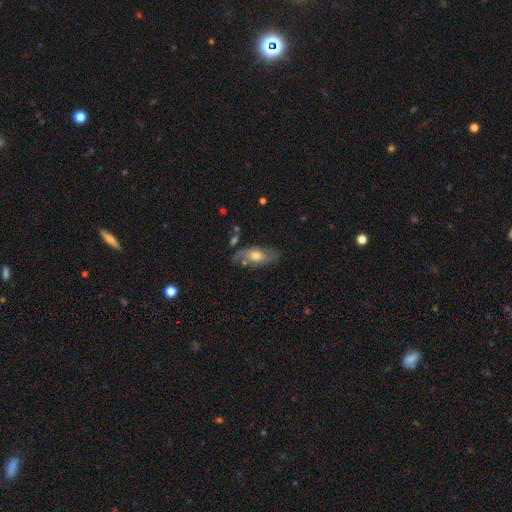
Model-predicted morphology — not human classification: Smooth or featured? smooth (53%)
How rounded? in between (84%)
Merging? none (68%)